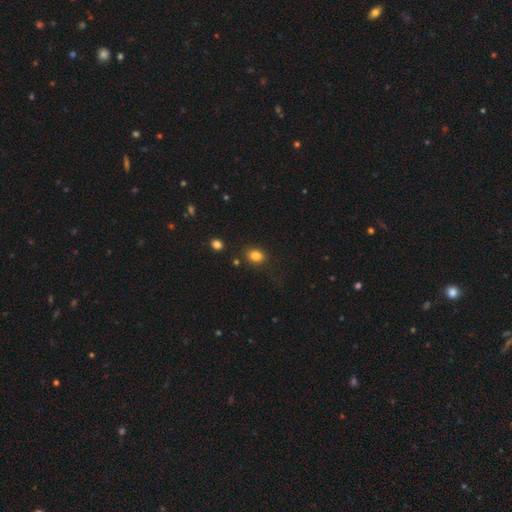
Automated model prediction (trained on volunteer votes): smooth 82%, star or artifact 12%, featured or disk 6%. Down the decision tree: how rounded — round (55%); merging — none (83%).